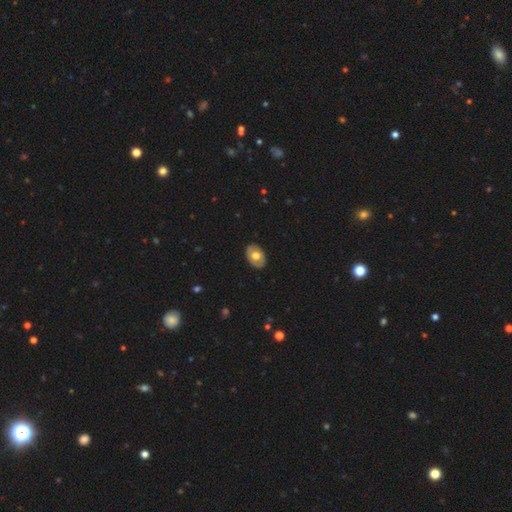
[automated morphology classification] Smooth or featured? smooth (55%)
How rounded? in between (80%)
Merging? none (86%)